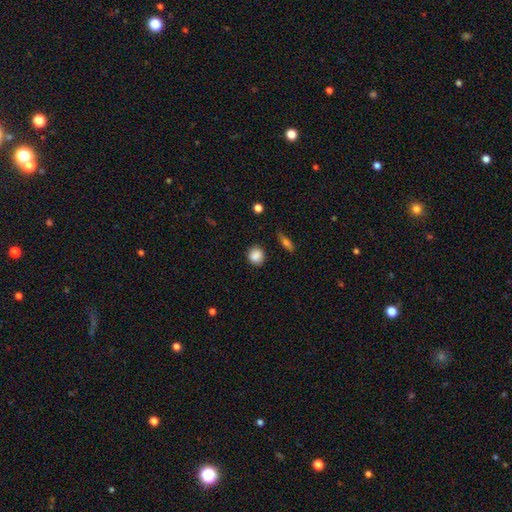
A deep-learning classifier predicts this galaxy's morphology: smooth_or_featured: smooth (p=0.87) [alt: star or artifact p=0.09]
how_rounded: round (p=0.83) [alt: in between p=0.15]
merging: none (p=0.86) [alt: minor disturbance p=0.10]